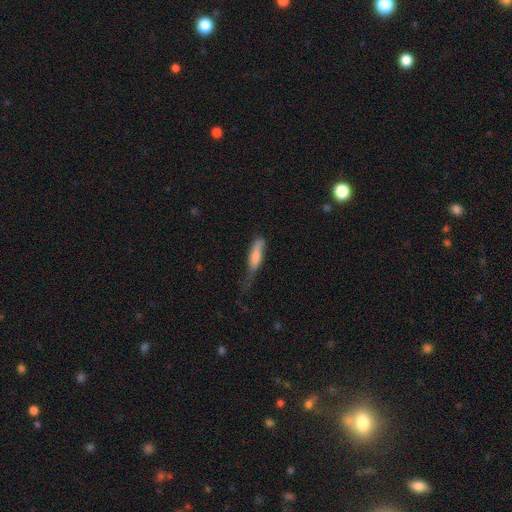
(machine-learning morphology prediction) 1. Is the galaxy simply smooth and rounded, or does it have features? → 75% smooth, 19% featured or disk, 6% star or artifact.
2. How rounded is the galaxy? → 64% cigar-shaped, 34% in between, 2% round.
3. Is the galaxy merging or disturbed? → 39% minor disturbance, 30% none, 27% major disturbance, 4% merger.